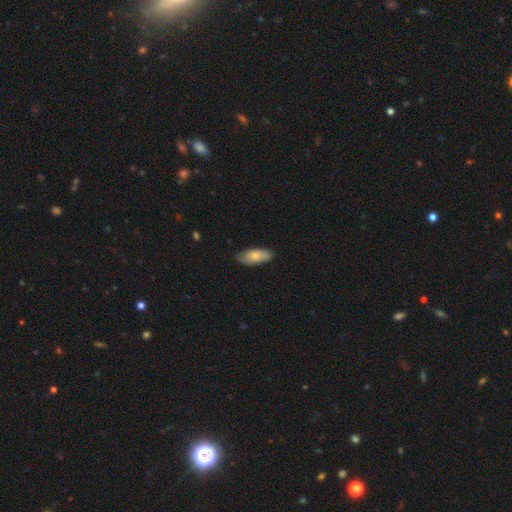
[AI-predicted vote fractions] This appears to be a smooth galaxy with no disk features (78%) that is in between round and cigar-shaped (83%). Merging: none (79%).